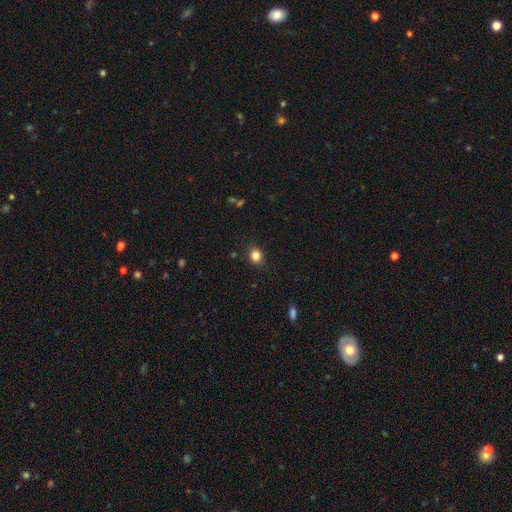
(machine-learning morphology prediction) smooth-or-featured: smooth: 84% | star or artifact: 11% | featured or disk: 5%
  how-rounded: round: 63% | in between: 36% | cigar-shaped: 1%
  merging: none: 89% | minor disturbance: 8% | major disturbance: 2% | merger: 1%